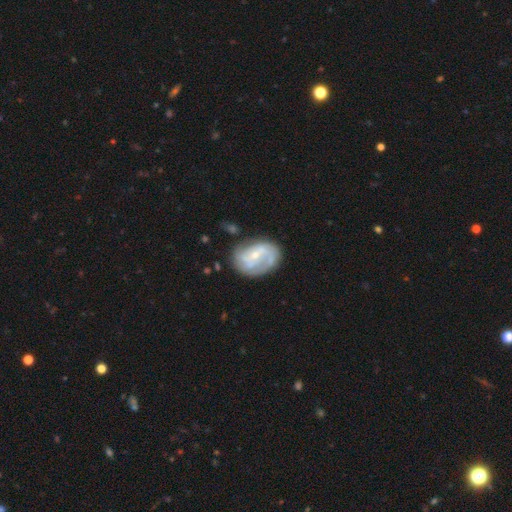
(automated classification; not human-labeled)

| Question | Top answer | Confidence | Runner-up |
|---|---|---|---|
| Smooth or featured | featured or disk | 76% | smooth (18%) |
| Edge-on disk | no | 97% | yes (3%) |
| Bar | no | 47% | weak (42%) |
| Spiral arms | yes | 85% | no (15%) |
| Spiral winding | medium | 40% | tight (37%) |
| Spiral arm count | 2 | 46% | can't tell (28%) |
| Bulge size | small | 69% | moderate (27%) |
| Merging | none | 61% | minor disturbance (23%) |